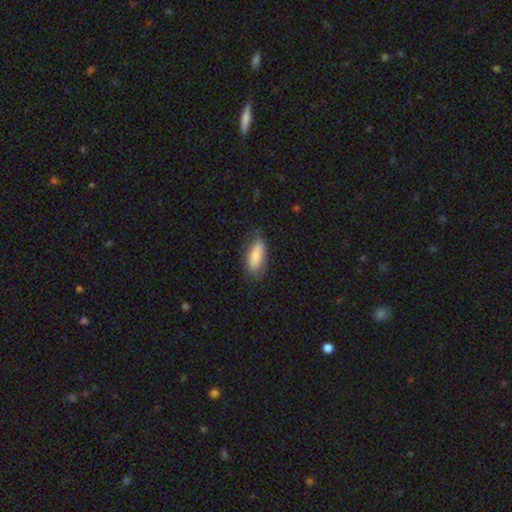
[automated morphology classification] This appears to be a smooth galaxy with no disk features (80%) that is in between round and cigar-shaped (82%). Merging: none (74%).